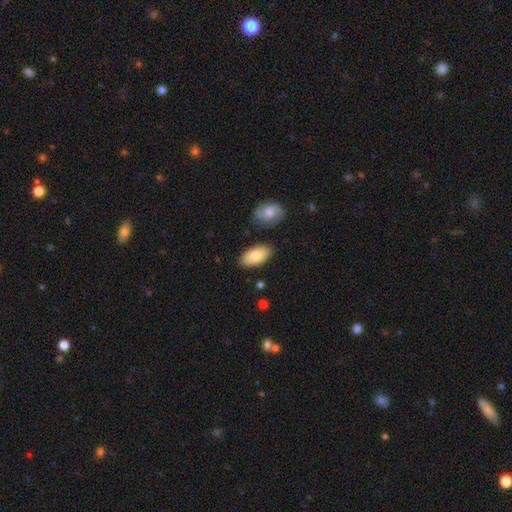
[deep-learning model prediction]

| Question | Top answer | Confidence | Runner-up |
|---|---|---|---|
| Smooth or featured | smooth | 81% | featured or disk (13%) |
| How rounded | in between | 95% | round (3%) |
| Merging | none | 84% | minor disturbance (11%) |